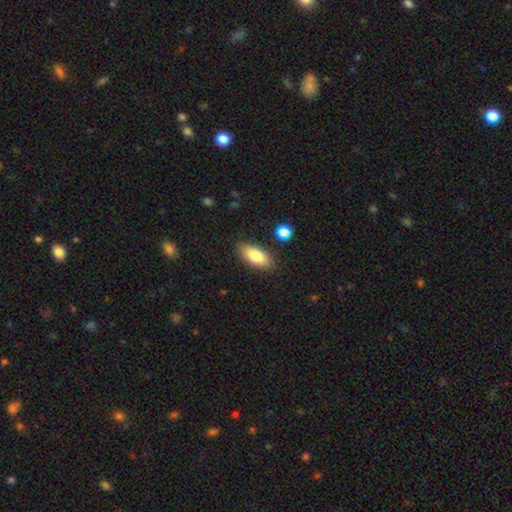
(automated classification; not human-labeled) Smooth or featured? smooth (83%)
How rounded? in between (86%)
Merging? none (85%)